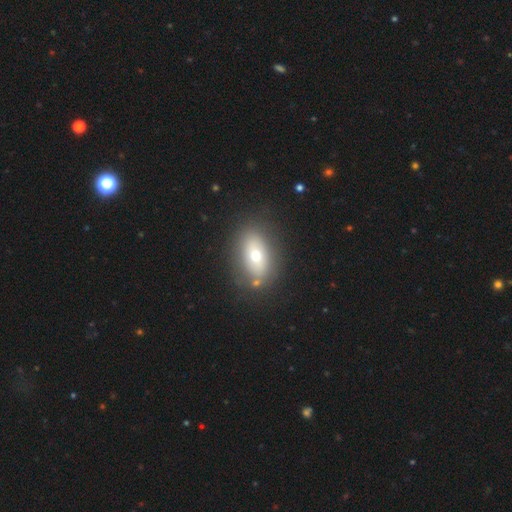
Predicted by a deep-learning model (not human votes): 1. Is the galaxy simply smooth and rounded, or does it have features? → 59% smooth, 31% featured or disk, 10% star or artifact.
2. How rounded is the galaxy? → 83% in between, 12% round, 4% cigar-shaped.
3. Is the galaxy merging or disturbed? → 79% none, 12% minor disturbance, 5% major disturbance, 4% merger.